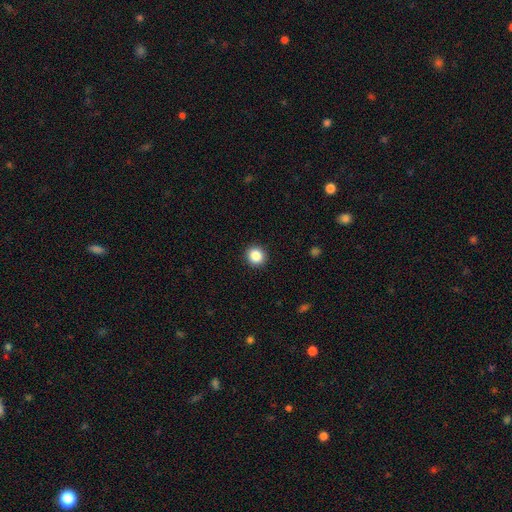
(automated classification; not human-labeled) The model was most divided on "smooth or featured": smooth: 87%, star or artifact: 10%, featured or disk: 3%. More confident: how rounded — round (92%); merging — none (92%).